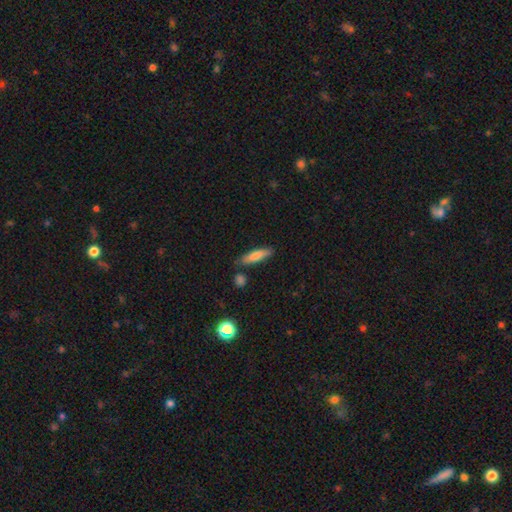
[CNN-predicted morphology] smooth-or-featured: smooth: 78% | featured or disk: 15% | star or artifact: 6%
  how-rounded: cigar-shaped: 71% | in between: 27% | round: 2%
  merging: none: 77% | minor disturbance: 15% | merger: 5% | major disturbance: 3%